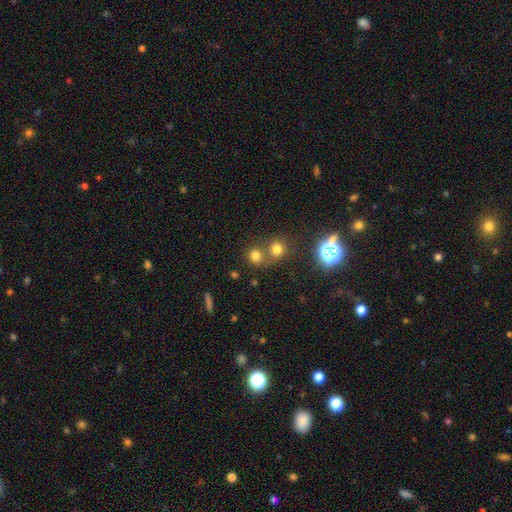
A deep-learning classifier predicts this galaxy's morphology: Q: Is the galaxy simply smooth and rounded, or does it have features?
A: smooth — 73%.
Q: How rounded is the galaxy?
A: round — 83%.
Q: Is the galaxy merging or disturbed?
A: none — 52%.